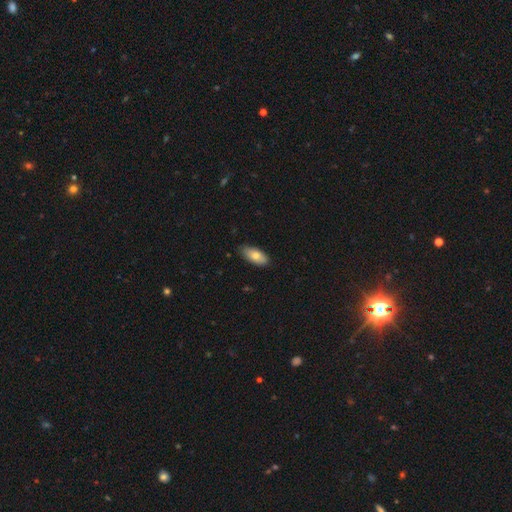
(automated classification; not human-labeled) Smooth or featured: smooth — 77% (featured or disk — 17%)
How rounded: in between — 87% (cigar-shaped — 11%)
Merging: none — 84% (minor disturbance — 13%)